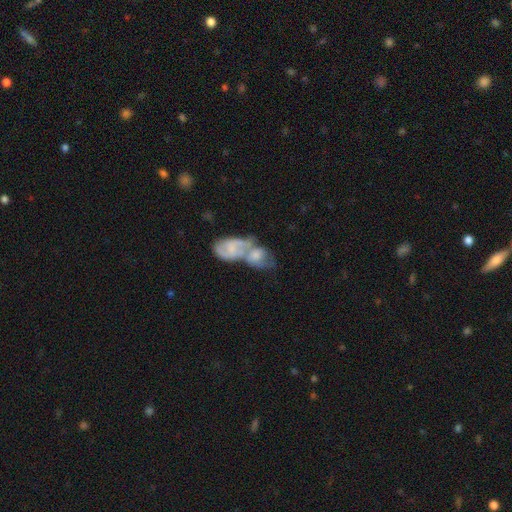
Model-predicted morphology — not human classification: Smooth or featured?
  - featured or disk: 47% *
  - smooth: 45%
  - star or artifact: 7%
Merging?
  - merger: 76% *
  - none: 11%
  - major disturbance: 6%
  - minor disturbance: 6%